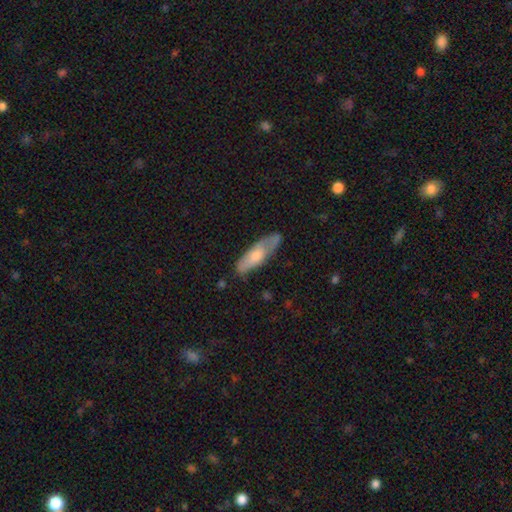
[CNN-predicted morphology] Smooth or featured?
  - smooth: 56% *
  - featured or disk: 39%
  - star or artifact: 6%
How rounded?
  - cigar-shaped: 54% *
  - in between: 44%
  - round: 2%
Merging?
  - none: 72% *
  - minor disturbance: 22%
  - major disturbance: 4%
  - merger: 2%